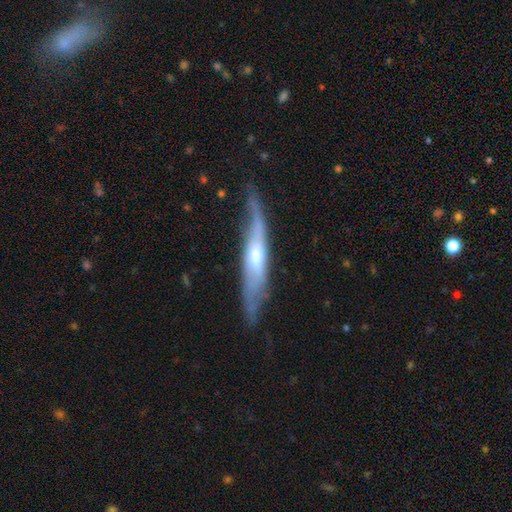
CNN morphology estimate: This is likely a featured or disk galaxy (68%). It is likely viewed edge-on (69%). Merging: likely none (62%).